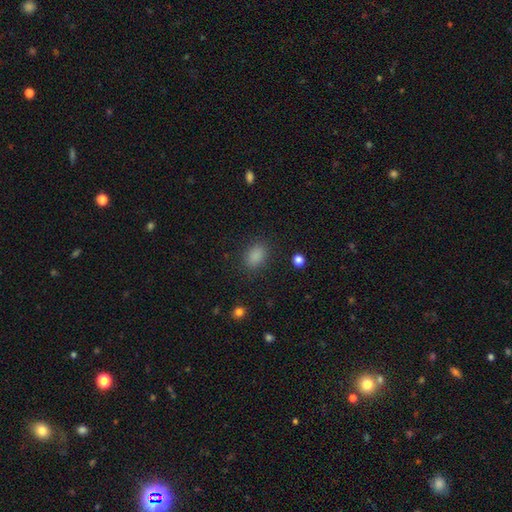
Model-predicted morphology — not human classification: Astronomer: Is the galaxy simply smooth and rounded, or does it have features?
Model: smooth — 86%.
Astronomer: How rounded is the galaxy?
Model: in between — 77%.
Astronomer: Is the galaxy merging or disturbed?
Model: none — 86%.